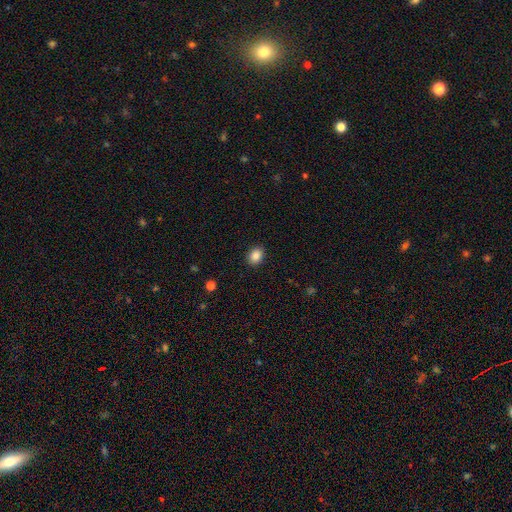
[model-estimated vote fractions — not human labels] The model was most divided on "how rounded": in between: 63%, round: 36%, cigar-shaped: 1%. More confident: merging — none (90%); smooth or featured — smooth (87%).